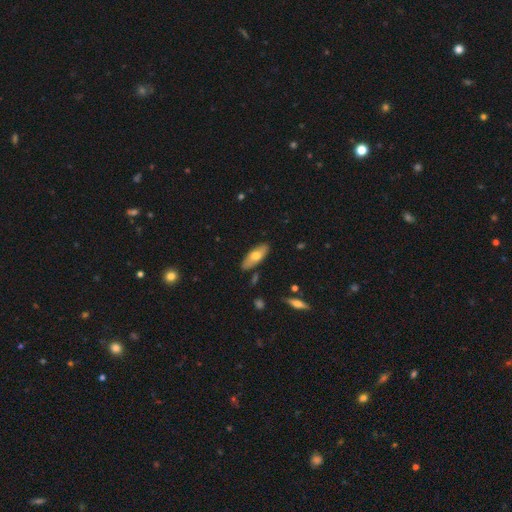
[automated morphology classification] Q: Smooth or featured?
A: smooth (60%); runner-up: featured or disk (34%)
Q: How rounded?
A: in between (74%); runner-up: cigar-shaped (24%)
Q: Merging?
A: none (84%); runner-up: minor disturbance (12%)